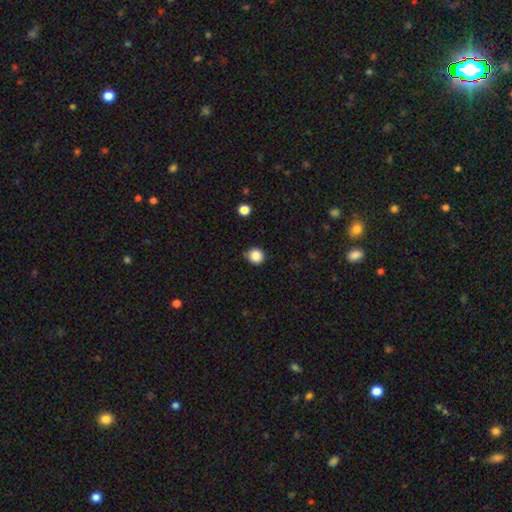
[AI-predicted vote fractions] Smooth or featured: smooth — 86% (star or artifact — 10%)
How rounded: round — 90% (in between — 9%)
Merging: none — 79% (minor disturbance — 17%)